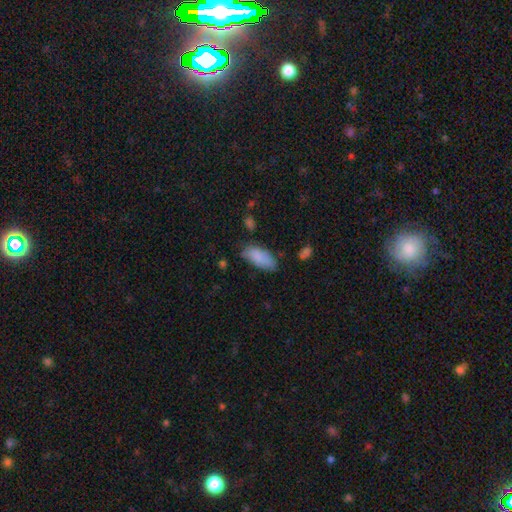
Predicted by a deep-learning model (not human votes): Smooth or featured: smooth — 86% (star or artifact — 7%)
How rounded: in between — 86% (cigar-shaped — 12%)
Merging: none — 68% (minor disturbance — 24%)